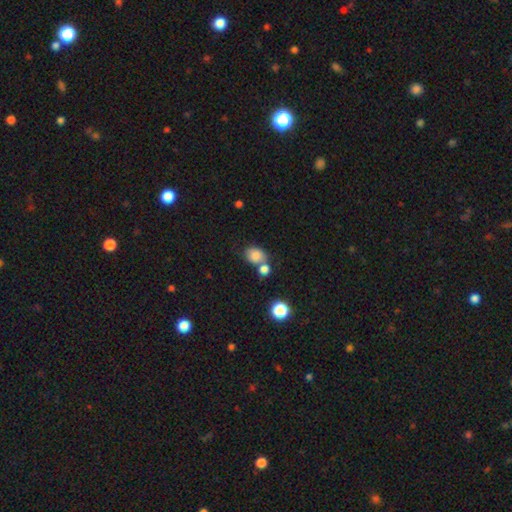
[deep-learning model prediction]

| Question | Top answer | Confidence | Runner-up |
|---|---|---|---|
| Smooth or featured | smooth | 80% | star or artifact (11%) |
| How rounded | in between | 53% | round (46%) |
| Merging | none | 46% | merger (37%) |